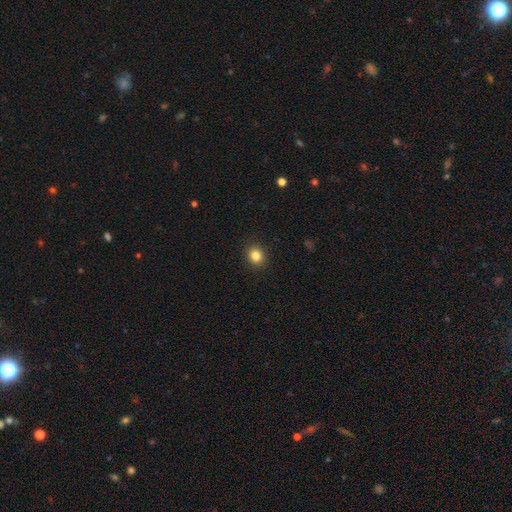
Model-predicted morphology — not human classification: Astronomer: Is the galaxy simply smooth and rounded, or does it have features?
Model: smooth — 84%.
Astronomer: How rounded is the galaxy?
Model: round — 73%.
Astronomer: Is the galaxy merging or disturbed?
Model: none — 91%.